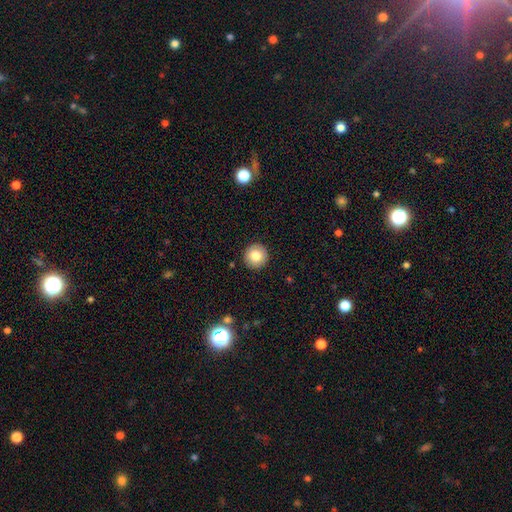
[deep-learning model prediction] Smooth or featured?
  - smooth: 82% *
  - featured or disk: 9%
  - star or artifact: 9%
How rounded?
  - round: 95% *
  - in between: 4%
  - cigar-shaped: 1%
Merging?
  - none: 92% *
  - minor disturbance: 5%
  - major disturbance: 2%
  - merger: 1%